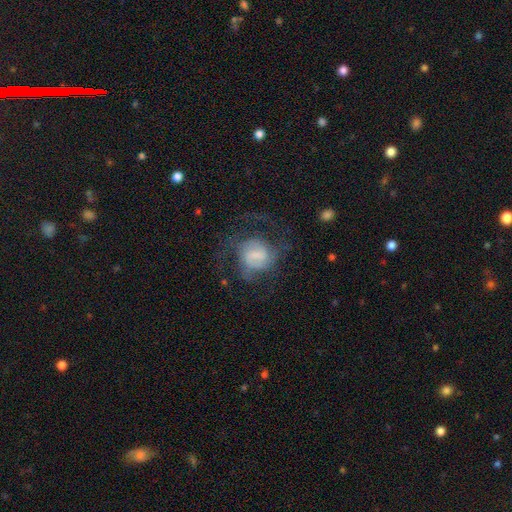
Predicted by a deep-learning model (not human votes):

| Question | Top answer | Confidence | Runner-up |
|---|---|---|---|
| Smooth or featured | featured or disk | 59% | smooth (32%) |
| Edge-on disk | no | 97% | yes (3%) |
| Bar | weak | 52% | no (28%) |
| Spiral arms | yes | 76% | no (24%) |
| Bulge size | small | 40% | none (24%) |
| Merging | none | 45% | major disturbance (35%) |